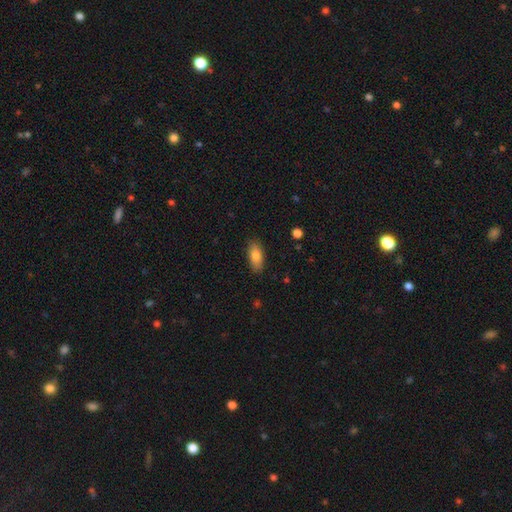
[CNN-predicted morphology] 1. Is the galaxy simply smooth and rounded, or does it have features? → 81% smooth, 12% featured or disk, 7% star or artifact.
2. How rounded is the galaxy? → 83% in between, 14% cigar-shaped, 3% round.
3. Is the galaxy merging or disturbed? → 87% none, 10% minor disturbance, 2% major disturbance, 1% merger.